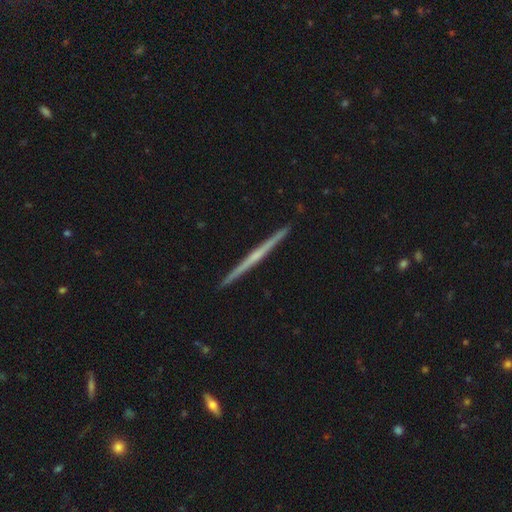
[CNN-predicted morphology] Q: Smooth or featured?
A: featured or disk (75%); runner-up: smooth (19%)
Q: Edge-on disk?
A: yes (99%); runner-up: no (1%)
Q: Edge-on bulge?
A: none (56%); runner-up: rounded (37%)
Q: Merging?
A: none (93%); runner-up: minor disturbance (5%)